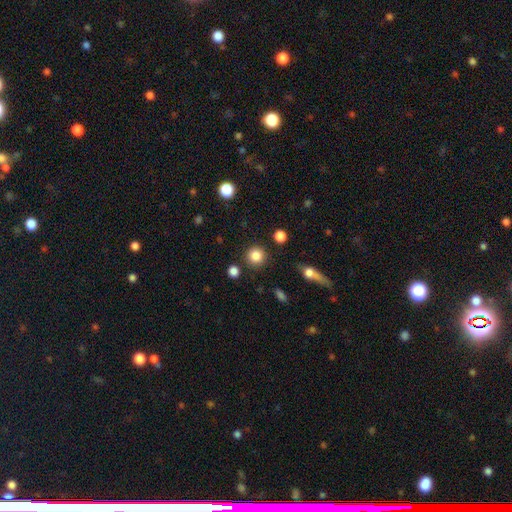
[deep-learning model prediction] Q: Smooth or featured?
A: smooth (85%); runner-up: star or artifact (10%)
Q: How rounded?
A: round (93%); runner-up: in between (5%)
Q: Merging?
A: none (87%); runner-up: minor disturbance (6%)